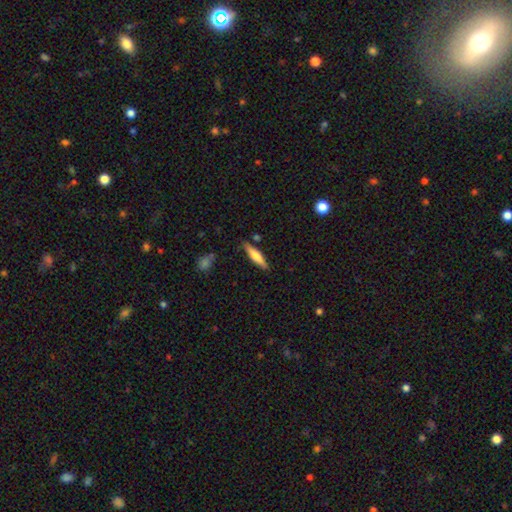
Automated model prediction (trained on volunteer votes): smooth_or_featured: smooth (p=0.60) [alt: featured or disk p=0.34]
how_rounded: cigar-shaped (p=0.77) [alt: in between p=0.21]
merging: none (p=0.83) [alt: minor disturbance p=0.11]